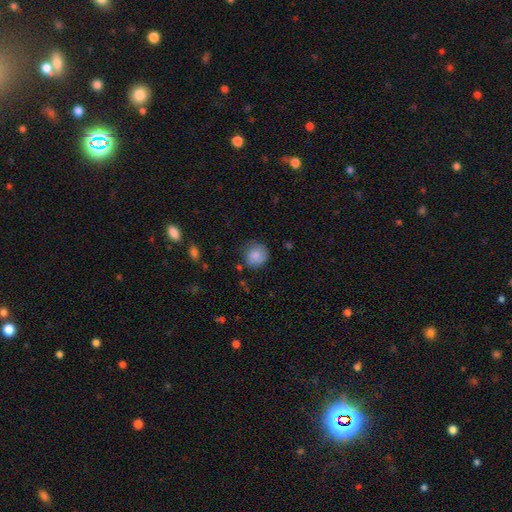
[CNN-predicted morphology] The model was most divided on "merging": none: 70%, minor disturbance: 22%, major disturbance: 6%, merger: 2%. More confident: how rounded — round (86%); smooth or featured — smooth (82%).